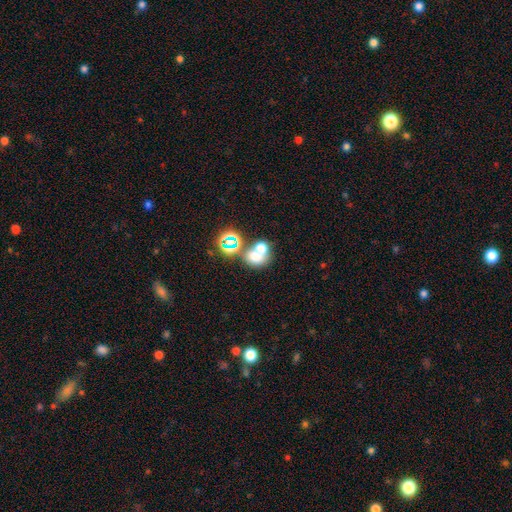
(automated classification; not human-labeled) Smooth or featured? Predicted: smooth (p=0.61). How rounded? Predicted: round (p=0.64). Merging? Predicted: merger (p=0.55).